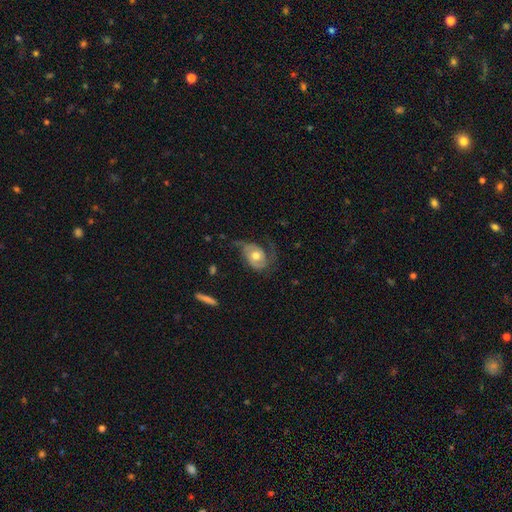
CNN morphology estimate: type=featured or disk (66%); edge-on=no (96%); bar=no (75%); spiral arms=yes (84%); winding=loose (40%); arm count=2 (61%); bulge=moderate (75%); merging=none (41%).